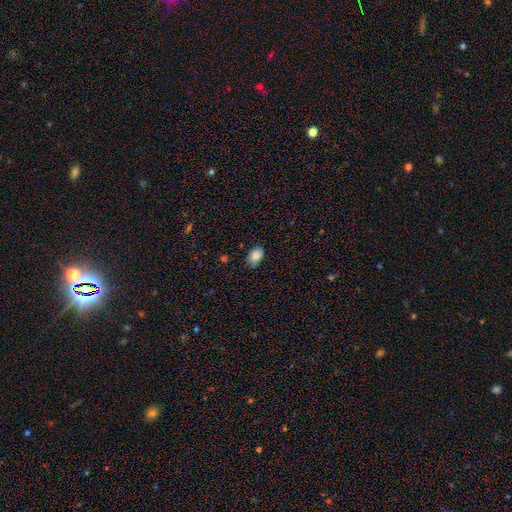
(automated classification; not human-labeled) Smooth or featured: smooth — 87% (star or artifact — 8%)
How rounded: in between — 85% (round — 14%)
Merging: none — 81% (minor disturbance — 15%)